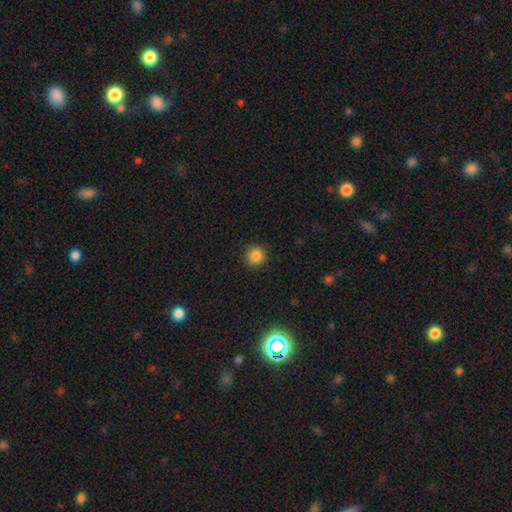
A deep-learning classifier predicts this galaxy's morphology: Q: Smooth or featured?
A: smooth (85%); runner-up: star or artifact (11%)
Q: How rounded?
A: round (93%); runner-up: in between (6%)
Q: Merging?
A: none (91%); runner-up: minor disturbance (6%)